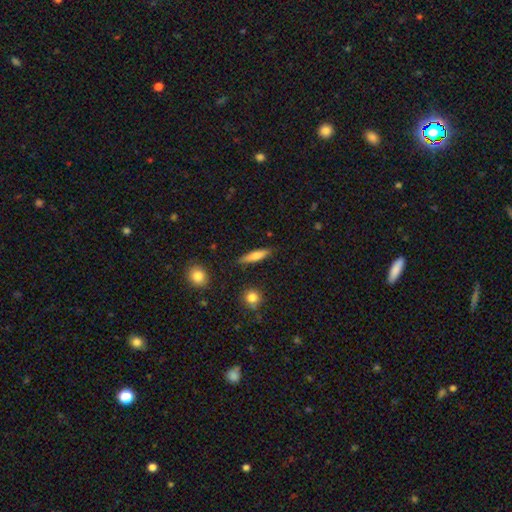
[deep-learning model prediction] smooth 69%, featured or disk 24%, star or artifact 7%. Down the decision tree: how rounded — cigar-shaped (77%); merging — none (85%).